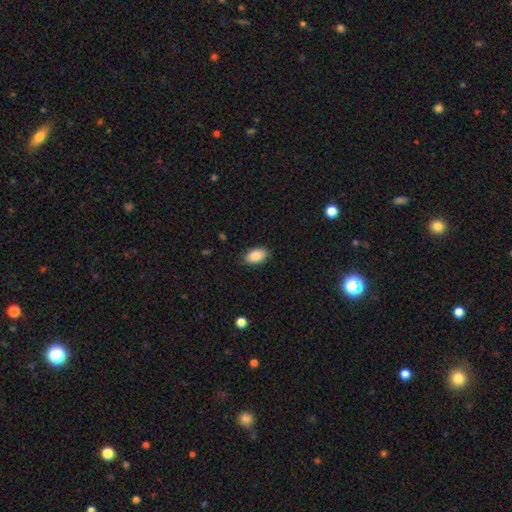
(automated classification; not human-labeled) A smooth galaxy with no disk features (89%) that is in between round and cigar-shaped (92%). Merging: none (84%).